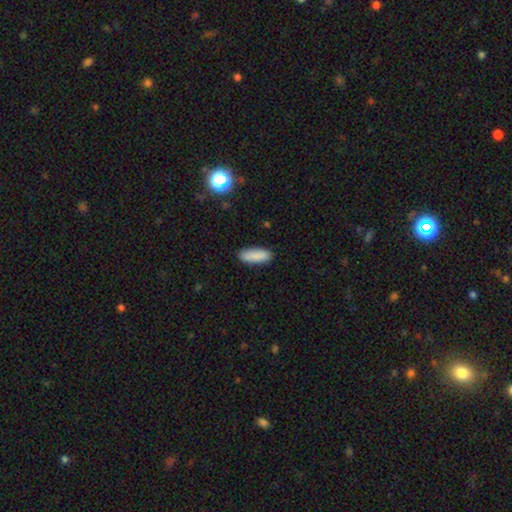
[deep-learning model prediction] Morphology: type=smooth (89%); roundness=in between (61%); merging=none (87%).